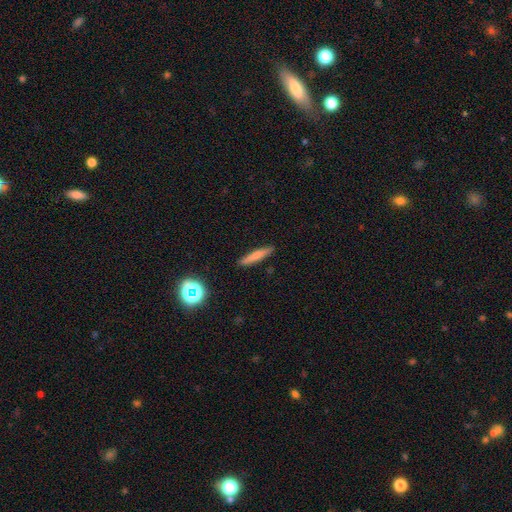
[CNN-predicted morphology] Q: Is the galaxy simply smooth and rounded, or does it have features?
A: smooth — 71%.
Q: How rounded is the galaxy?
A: cigar-shaped — 89%.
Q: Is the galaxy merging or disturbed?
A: none — 89%.